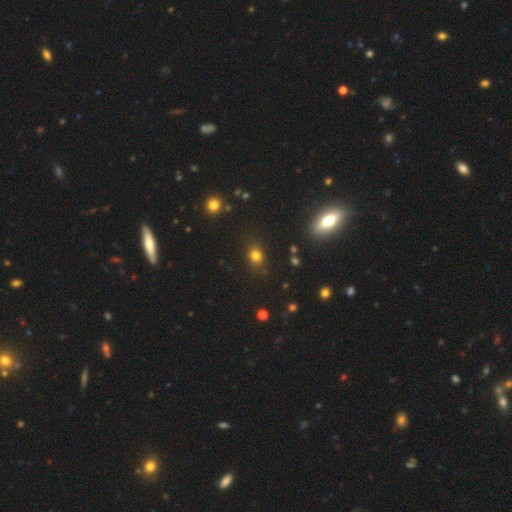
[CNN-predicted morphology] Smooth or featured? smooth (77%)
How rounded? round (59%)
Merging? none (84%)